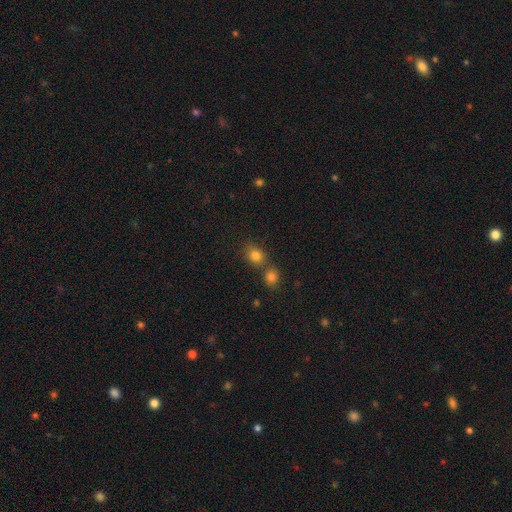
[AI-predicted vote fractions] Q: Smooth or featured?
A: smooth (81%); runner-up: star or artifact (12%)
Q: How rounded?
A: round (58%); runner-up: in between (41%)
Q: Merging?
A: none (53%); runner-up: merger (35%)